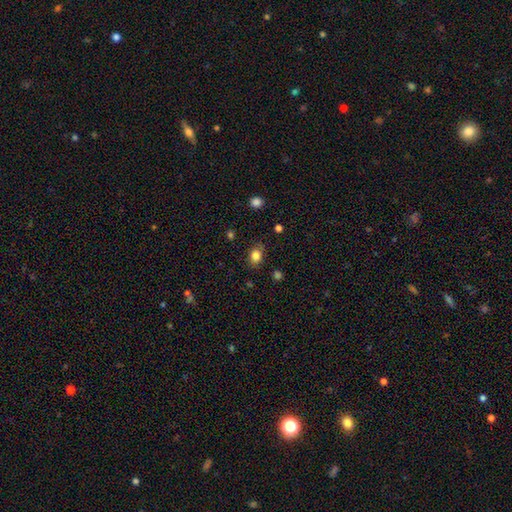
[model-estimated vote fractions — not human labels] Overall: smooth (83%). How rounded: in between (58%; round 41%). Merging: none (79%).